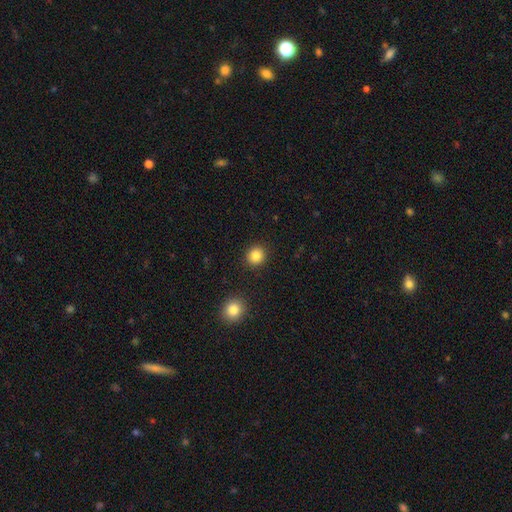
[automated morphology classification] The model was most divided on "smooth or featured": smooth: 85%, star or artifact: 10%, featured or disk: 5%. More confident: merging — none (91%); how rounded — round (88%).